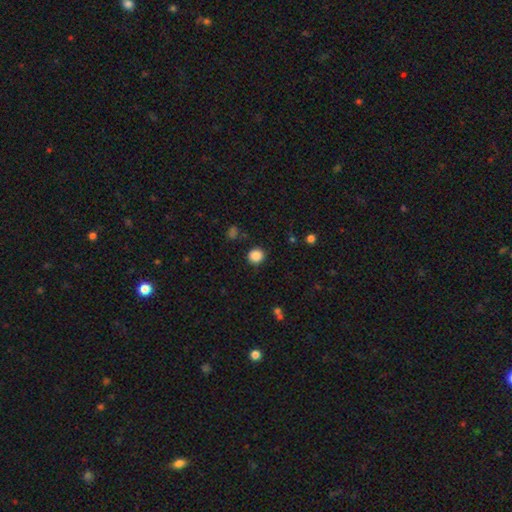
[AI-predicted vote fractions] This is clearly a smooth galaxy (86%). How rounded: clearly round (90%). Merging: clearly none (88%).